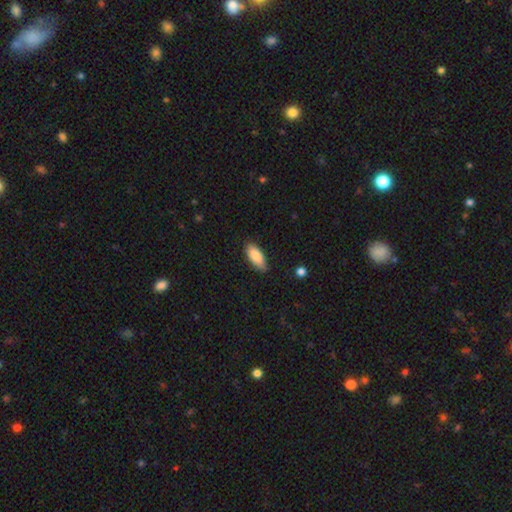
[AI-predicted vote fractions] The model was most divided on "how rounded": in between: 83%, cigar-shaped: 15%, round: 2%. More confident: smooth or featured — smooth (86%); merging — none (83%).